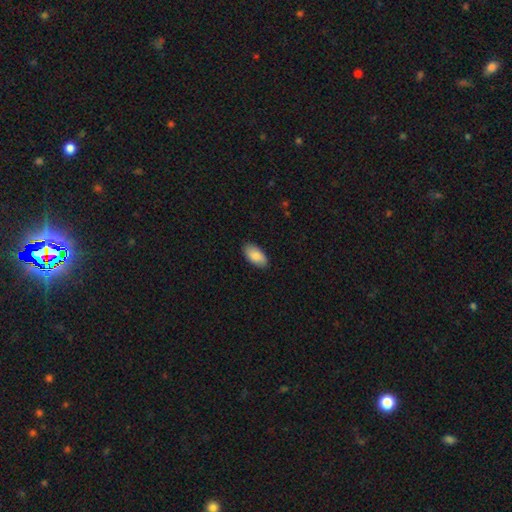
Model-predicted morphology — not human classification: Smooth or featured? smooth (86%)
How rounded? in between (95%)
Merging? none (88%)